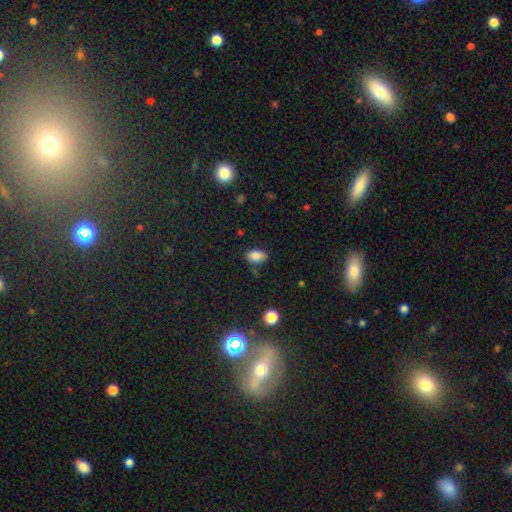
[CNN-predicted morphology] smooth 83%, star or artifact 10%, featured or disk 6%. Down the decision tree: how rounded — in between (90%); merging — none (76%).